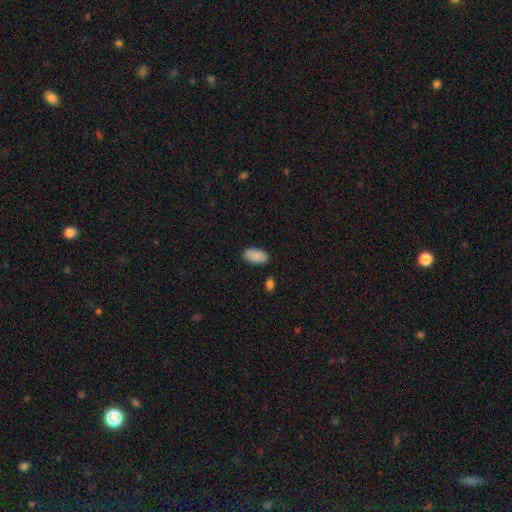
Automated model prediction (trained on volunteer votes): Overall: smooth (89%). How rounded: in between (94%). Merging: none (85%).